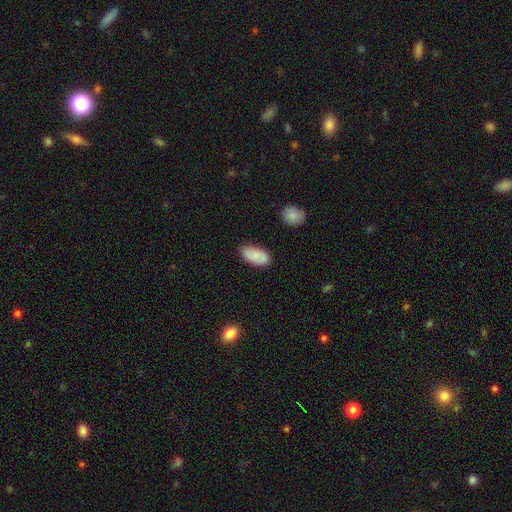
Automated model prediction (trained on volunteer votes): smooth-or-featured: smooth: 81% | featured or disk: 12% | star or artifact: 7%
  how-rounded: in between: 93% | cigar-shaped: 4% | round: 3%
  merging: none: 77% | minor disturbance: 17% | major disturbance: 3% | merger: 3%